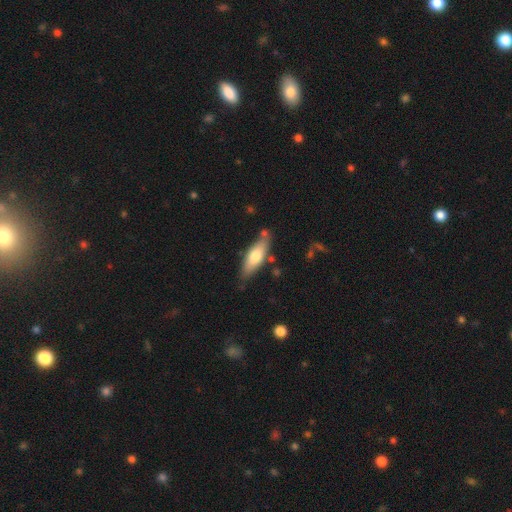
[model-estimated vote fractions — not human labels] smooth_or_featured: smooth (p=0.67) [alt: featured or disk p=0.27]
how_rounded: in between (p=0.57) [alt: cigar-shaped p=0.41]
merging: none (p=0.75) [alt: minor disturbance p=0.16]